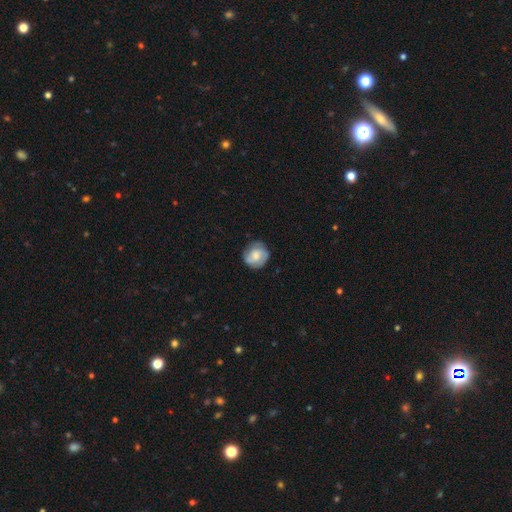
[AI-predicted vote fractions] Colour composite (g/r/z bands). It shows a smooth galaxy with no disk features (57%) that is round (87%). Merging: none (76%).